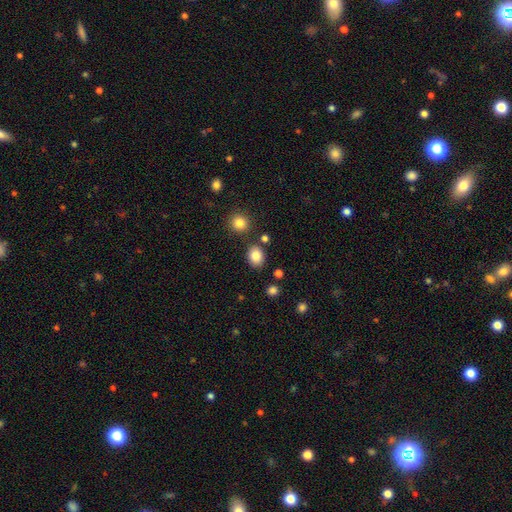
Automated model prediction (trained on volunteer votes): Q: Smooth or featured?
A: smooth (84%); runner-up: star or artifact (10%)
Q: How rounded?
A: in between (51%); runner-up: round (48%)
Q: Merging?
A: none (82%); runner-up: minor disturbance (10%)